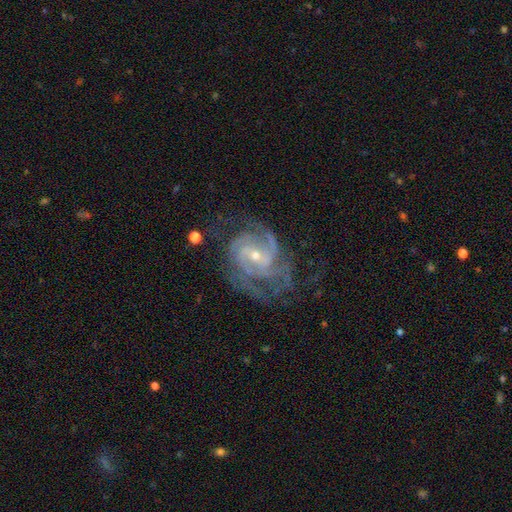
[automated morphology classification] Overall: featured or disk (90%). Edge-on disk: no (98%). Bar: weak (43%; no 41%). Spiral arms: yes (97%). Spiral arm count: 2 (34%; 3 26%). Spiral winding: tight (51%; medium 41%). Bulge size: small (64%; moderate 33%). Merging: none (61%).